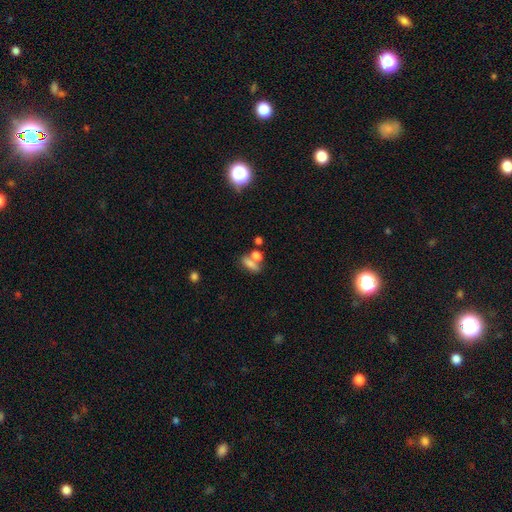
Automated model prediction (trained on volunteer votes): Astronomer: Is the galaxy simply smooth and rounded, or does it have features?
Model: smooth — 74%.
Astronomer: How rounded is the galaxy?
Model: in between — 63%.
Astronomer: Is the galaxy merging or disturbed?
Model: none — 45% (runner-up: merger, 38%).